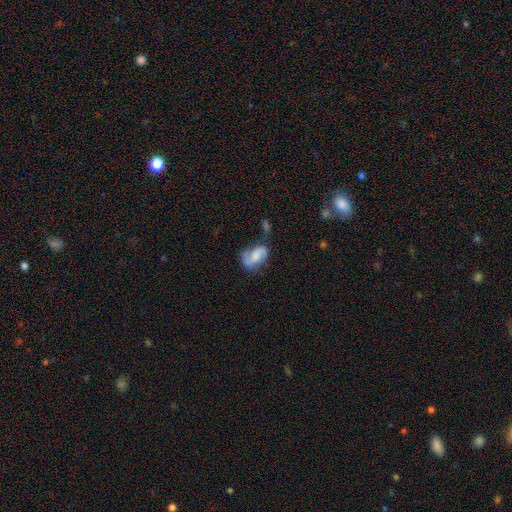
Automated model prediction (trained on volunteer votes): This is possibly a featured or disk galaxy (48%). Merging: marginally none (40%).